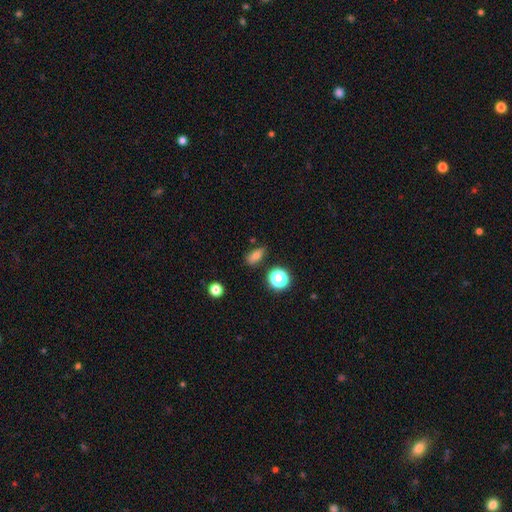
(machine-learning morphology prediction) Smooth or featured? Predicted: smooth (p=0.72). How rounded? Predicted: in between (p=0.72). Merging? Predicted: none (p=0.77).